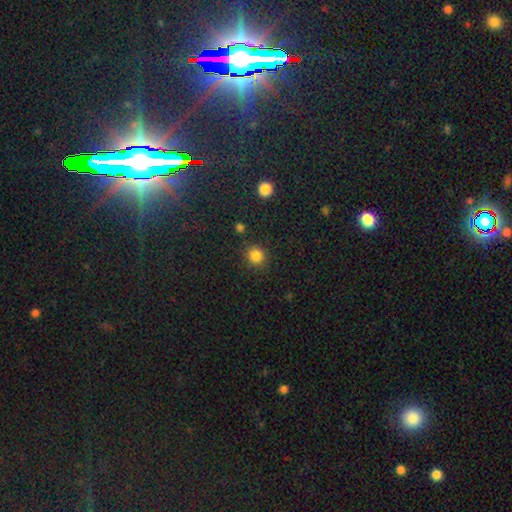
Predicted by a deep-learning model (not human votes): Smooth or featured?
  - smooth: 84% *
  - star or artifact: 12%
  - featured or disk: 4%
How rounded?
  - round: 89% *
  - in between: 10%
  - cigar-shaped: 1%
Merging?
  - none: 88% *
  - minor disturbance: 7%
  - major disturbance: 3%
  - merger: 2%